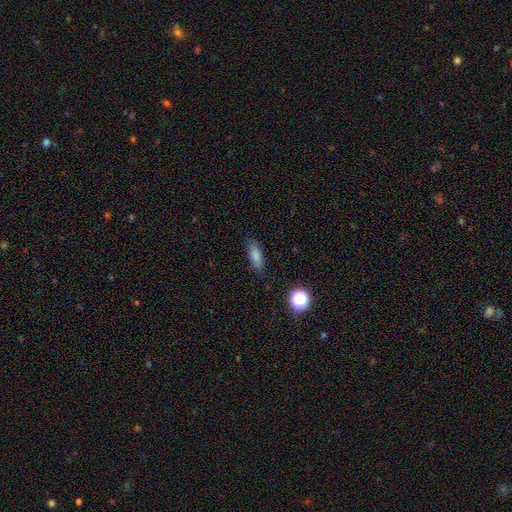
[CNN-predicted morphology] Smooth or featured?
  - smooth: 81% *
  - star or artifact: 10%
  - featured or disk: 9%
How rounded?
  - in between: 59% *
  - cigar-shaped: 38%
  - round: 3%
Merging?
  - none: 83% *
  - minor disturbance: 13%
  - major disturbance: 3%
  - merger: 1%